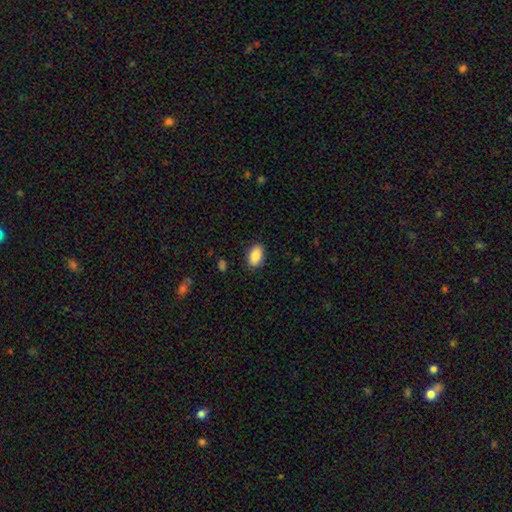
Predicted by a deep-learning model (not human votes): The model was most divided on "merging": none: 88%, minor disturbance: 9%, major disturbance: 2%, merger: 1%. More confident: how rounded — in between (92%); smooth or featured — smooth (87%).